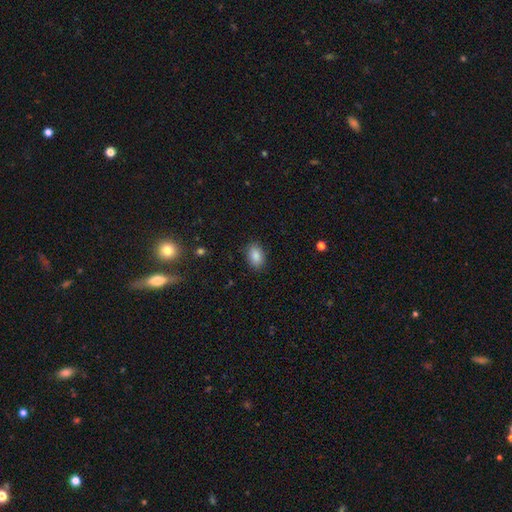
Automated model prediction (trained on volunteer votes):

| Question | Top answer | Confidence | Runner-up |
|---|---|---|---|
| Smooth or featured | smooth | 87% | star or artifact (8%) |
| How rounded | in between | 86% | round (13%) |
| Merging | none | 86% | minor disturbance (10%) |